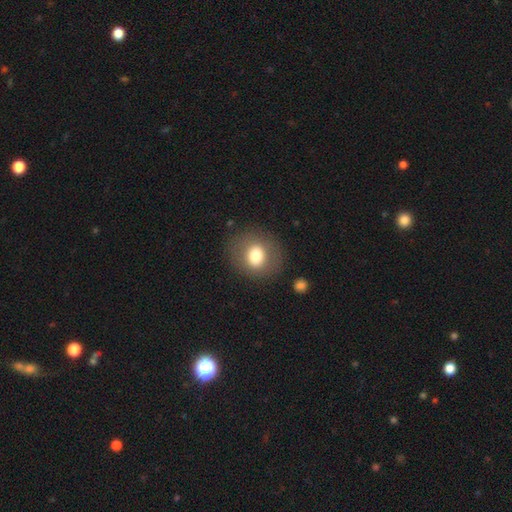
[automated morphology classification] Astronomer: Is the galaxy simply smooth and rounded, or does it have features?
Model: smooth — 73%.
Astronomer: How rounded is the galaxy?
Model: round — 69%.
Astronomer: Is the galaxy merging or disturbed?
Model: none — 83%.